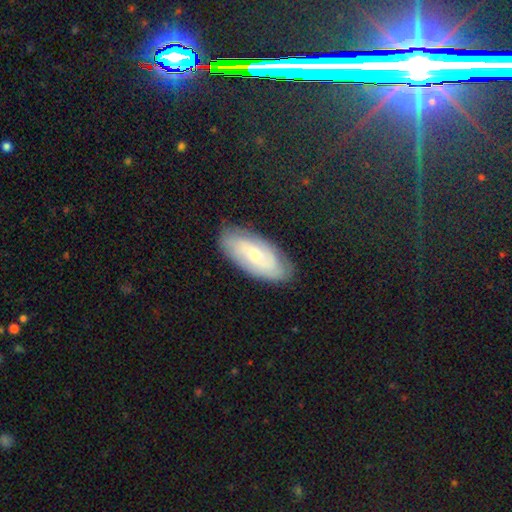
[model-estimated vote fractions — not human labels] Smooth or featured? featured or disk (55%)
Edge-on disk? no (89%)
Merging? none (81%)